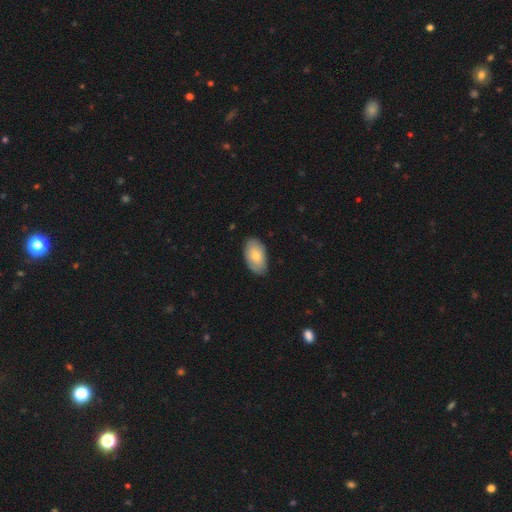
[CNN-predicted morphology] smooth_or_featured: smooth (p=0.74) [alt: featured or disk p=0.21]
how_rounded: in between (p=0.94) [alt: round p=0.04]
merging: none (p=0.83) [alt: minor disturbance p=0.14]